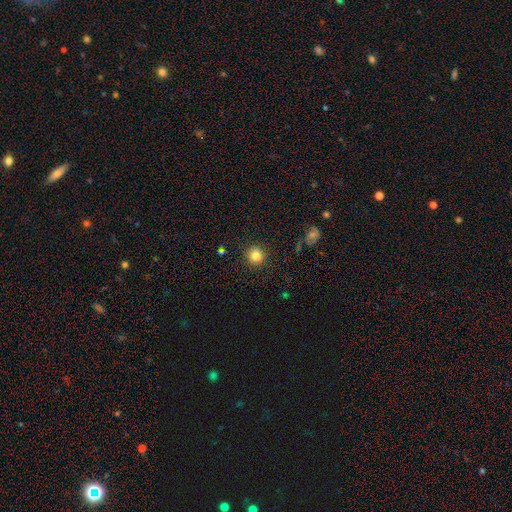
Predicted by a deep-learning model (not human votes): Smooth or featured? Predicted: smooth (p=0.82). How rounded? Predicted: round (p=0.94). Merging? Predicted: none (p=0.91).